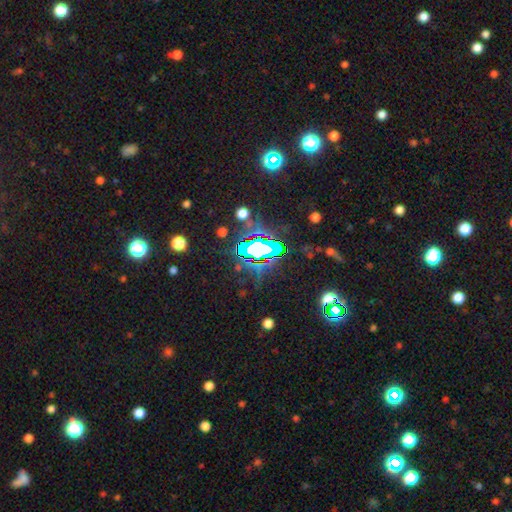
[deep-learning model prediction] star or artifact 72%, smooth 16%, featured or disk 13%.